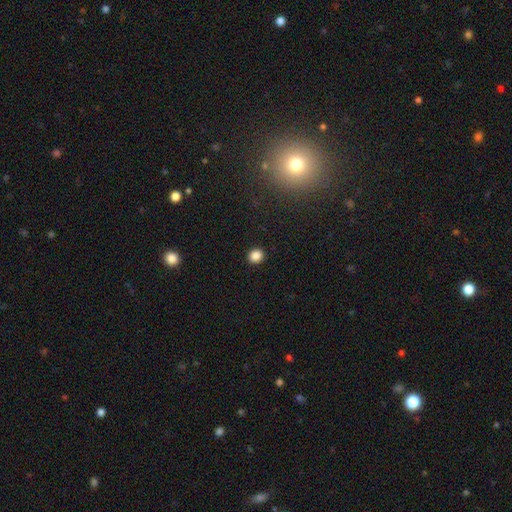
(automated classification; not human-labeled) Morphology: type=smooth (86%); roundness=round (79%); merging=none (92%).